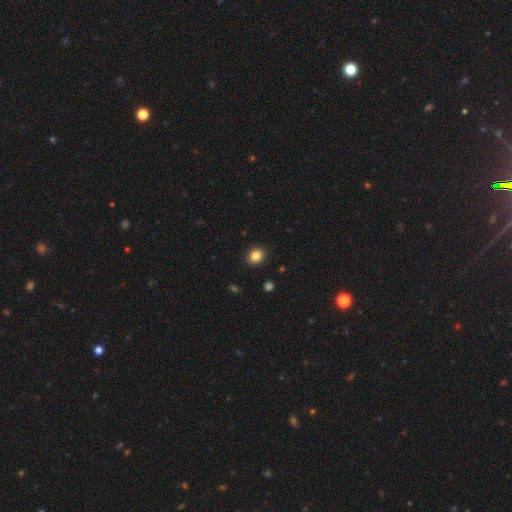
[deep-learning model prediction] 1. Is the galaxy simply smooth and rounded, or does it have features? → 85% smooth, 10% star or artifact, 5% featured or disk.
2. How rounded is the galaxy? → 50% in between, 49% round, 1% cigar-shaped.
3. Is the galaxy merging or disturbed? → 90% none, 7% minor disturbance, 2% major disturbance, 1% merger.